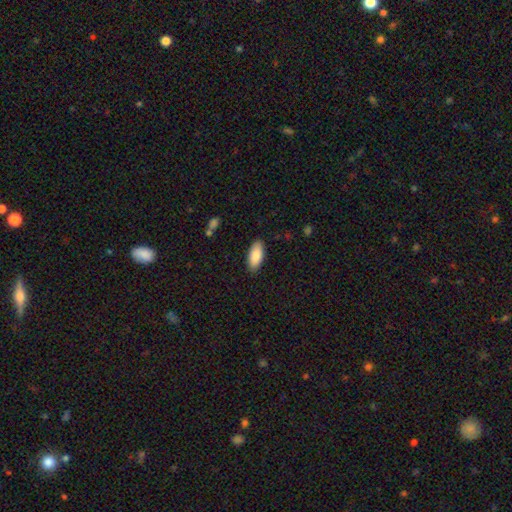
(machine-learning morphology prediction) Overall: smooth (87%). How rounded: in between (88%). Merging: none (88%).